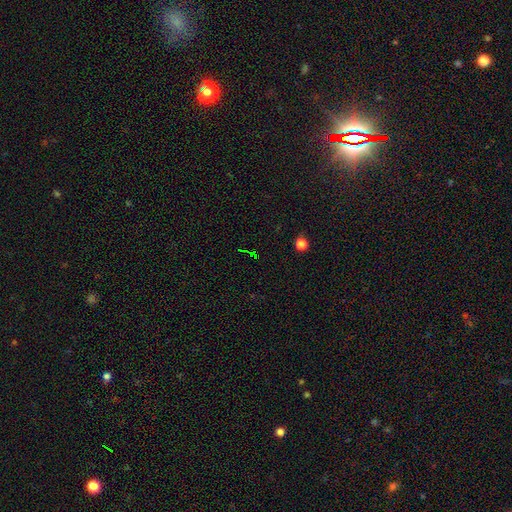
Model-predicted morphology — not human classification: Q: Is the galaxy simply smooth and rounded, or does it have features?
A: star or artifact — 73%.